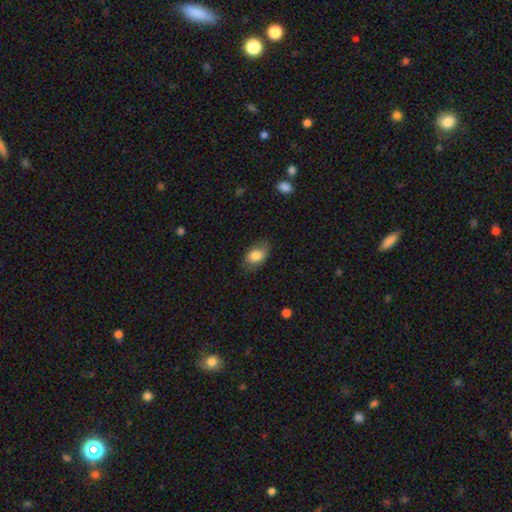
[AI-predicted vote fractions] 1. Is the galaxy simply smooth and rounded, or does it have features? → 80% smooth, 13% featured or disk, 7% star or artifact.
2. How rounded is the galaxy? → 86% in between, 12% round, 2% cigar-shaped.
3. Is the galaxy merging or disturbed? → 74% none, 20% minor disturbance, 5% major disturbance, 1% merger.